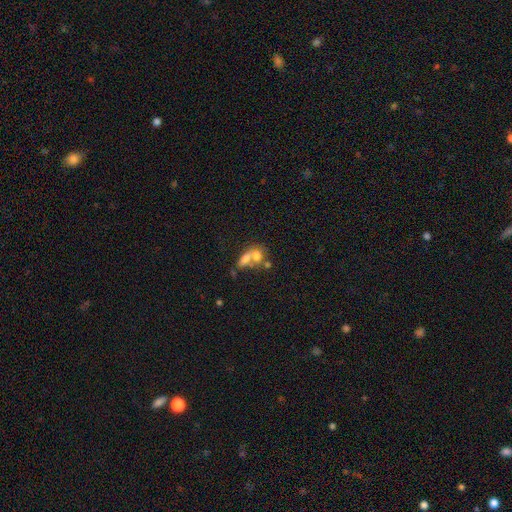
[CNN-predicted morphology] Overall: smooth (66%). How rounded: in between (64%; round 29%). Merging: merger (61%; none 23%).